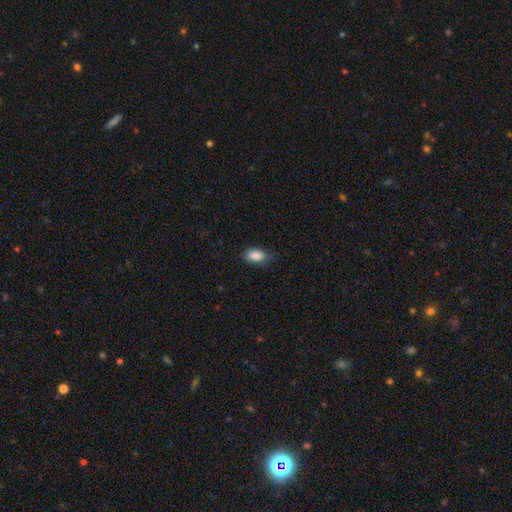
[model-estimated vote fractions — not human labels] Overall: smooth (89%). How rounded: in between (91%). Merging: none (79%).